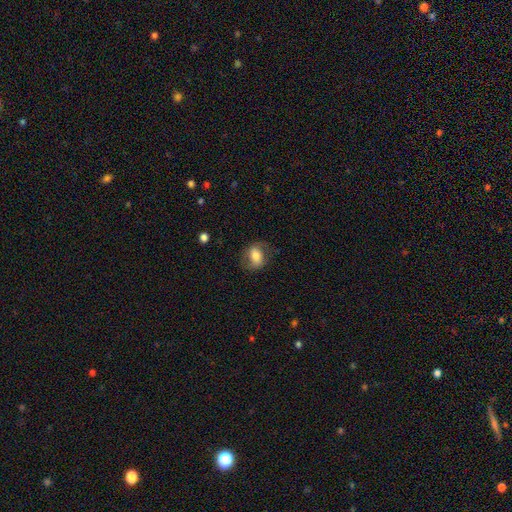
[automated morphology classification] A smooth galaxy with no disk features (61%) that is in between round and cigar-shaped (67%).

Vote fractions:
- Smooth or featured? smooth: 61% / featured or disk: 31% / star or artifact: 8%
- How rounded? in between: 67% / round: 31% / cigar-shaped: 2%
- Merging? none: 69% / minor disturbance: 19% / major disturbance: 11% / merger: 1%